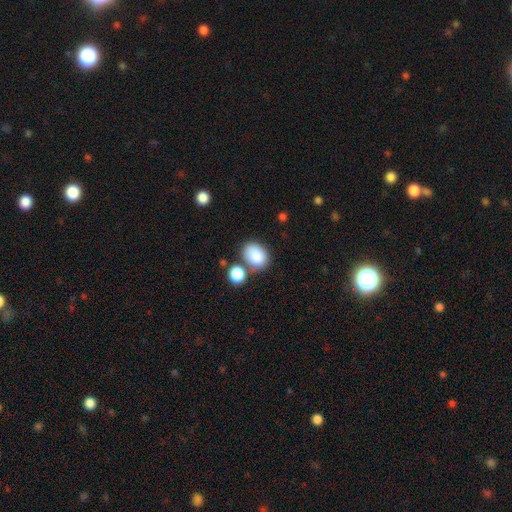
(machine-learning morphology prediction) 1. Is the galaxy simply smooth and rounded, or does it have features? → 86% smooth, 8% star or artifact, 6% featured or disk.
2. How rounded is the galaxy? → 72% in between, 27% round, 1% cigar-shaped.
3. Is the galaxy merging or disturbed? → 62% none, 19% merger, 14% minor disturbance, 5% major disturbance.